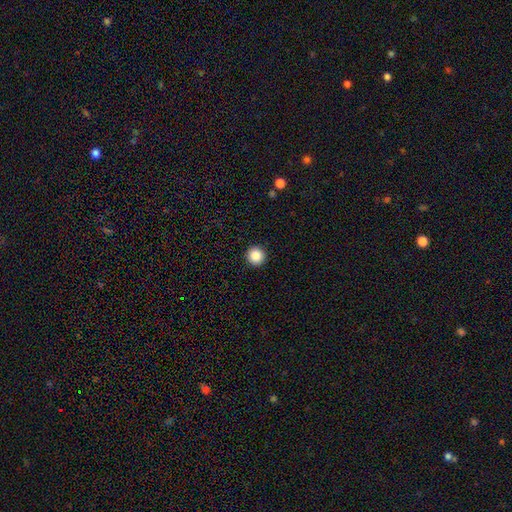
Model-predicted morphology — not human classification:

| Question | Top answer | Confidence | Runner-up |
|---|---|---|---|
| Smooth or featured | smooth | 87% | star or artifact (10%) |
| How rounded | round | 96% | in between (3%) |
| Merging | none | 94% | minor disturbance (4%) |